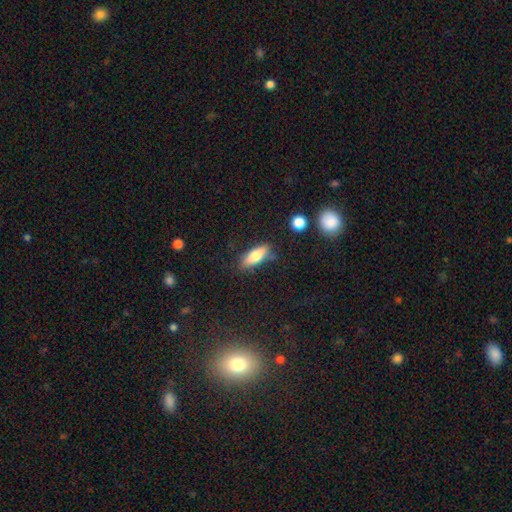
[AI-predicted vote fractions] Smooth or featured?
  - smooth: 70% *
  - featured or disk: 22%
  - star or artifact: 8%
How rounded?
  - in between: 65% *
  - cigar-shaped: 32%
  - round: 3%
Merging?
  - none: 73% *
  - minor disturbance: 18%
  - major disturbance: 5%
  - merger: 3%